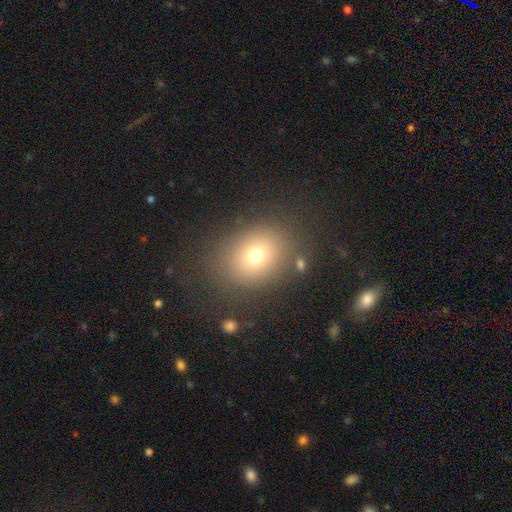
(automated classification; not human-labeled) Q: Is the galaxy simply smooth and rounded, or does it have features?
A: smooth — 71%.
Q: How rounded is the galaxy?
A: round — 51%.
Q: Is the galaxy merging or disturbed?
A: none — 81%.